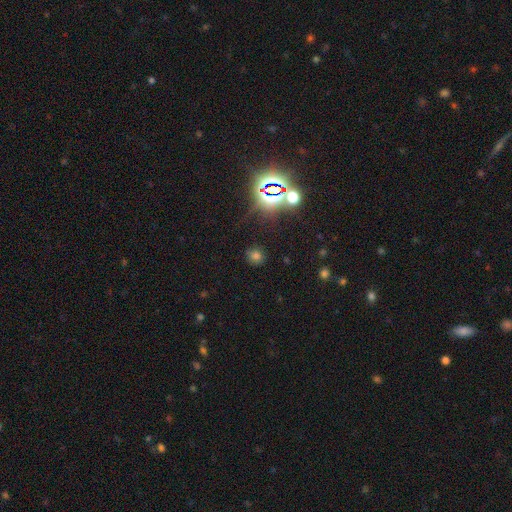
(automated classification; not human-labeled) A smooth galaxy with no disk features (62%) that is round (83%).

Vote fractions:
- Smooth or featured? smooth: 62% / star or artifact: 31% / featured or disk: 7%
- How rounded? round: 83% / in between: 16% / cigar-shaped: 1%
- Merging? none: 85% / minor disturbance: 9% / major disturbance: 4% / merger: 2%